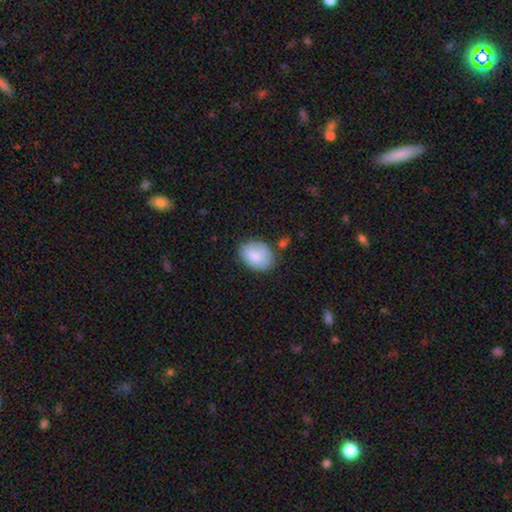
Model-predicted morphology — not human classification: smooth_or_featured: smooth (p=0.80) [alt: featured or disk p=0.13]
how_rounded: in between (p=0.71) [alt: round p=0.28]
merging: none (p=0.66) [alt: minor disturbance p=0.23]